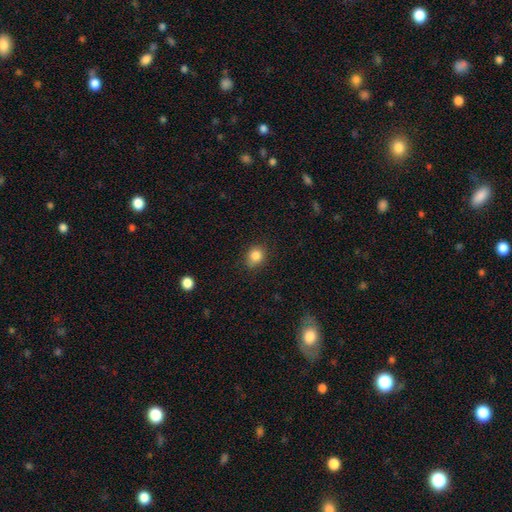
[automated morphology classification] A smooth galaxy with no disk features (84%) that is round (67%).

Vote fractions:
- Smooth or featured? smooth: 84% / star or artifact: 10% / featured or disk: 5%
- How rounded? round: 67% / in between: 32% / cigar-shaped: 1%
- Merging? none: 82% / minor disturbance: 14% / major disturbance: 3% / merger: 1%